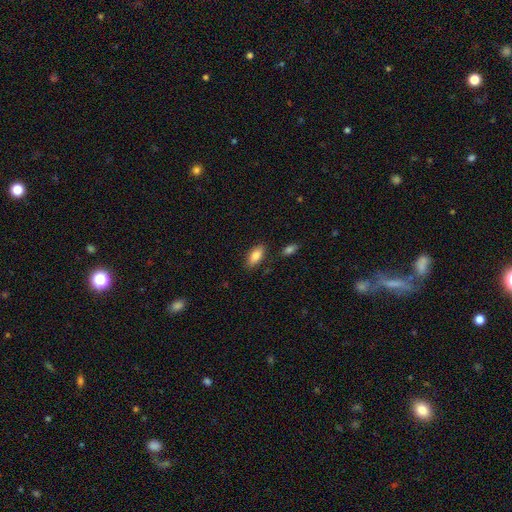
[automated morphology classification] A smooth galaxy with no disk features (82%) that is in between round and cigar-shaped (87%). Merging: none (83%).